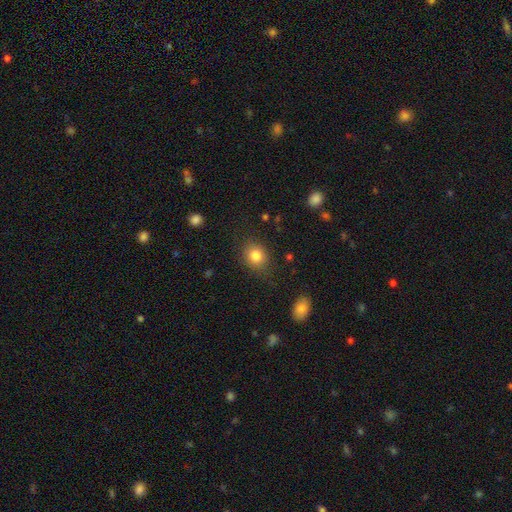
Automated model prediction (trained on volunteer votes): This appears to be a smooth galaxy with no disk features (82%) that is round (66%). Merging: none (80%).